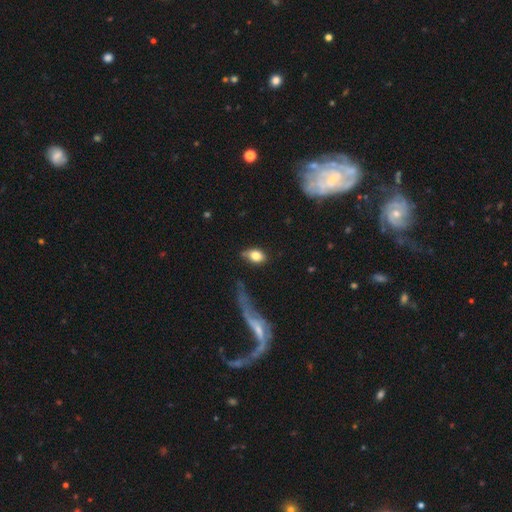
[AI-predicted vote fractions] Smooth or featured?
  - smooth: 79% *
  - featured or disk: 13%
  - star or artifact: 8%
How rounded?
  - in between: 84% *
  - round: 14%
  - cigar-shaped: 3%
Merging?
  - none: 67% *
  - minor disturbance: 21%
  - major disturbance: 7%
  - merger: 6%